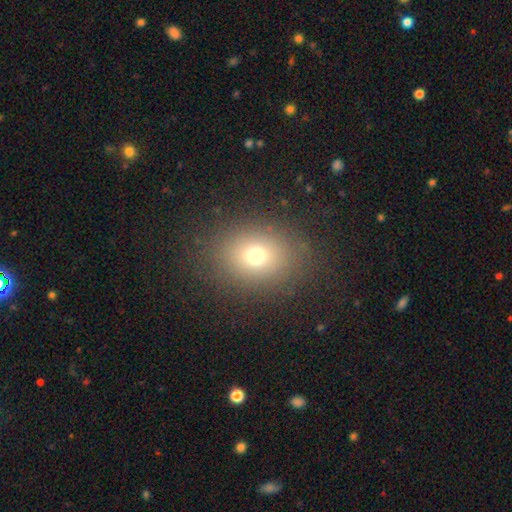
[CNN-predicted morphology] This is likely a smooth galaxy (71%). How rounded: possibly round (51%). Merging: clearly none (85%).